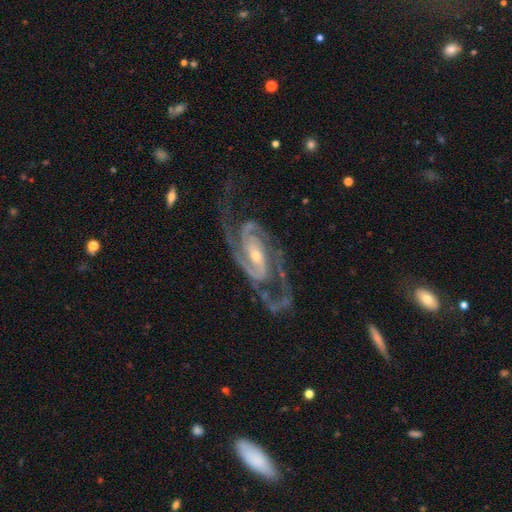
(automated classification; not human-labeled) smooth_or_featured: featured or disk (p=0.94) [alt: star or artifact p=0.04]
disk_edge_on: no (p=0.97) [alt: yes p=0.03]
bar: weak (p=0.38) [alt: no p=0.36]
has_spiral_arms: yes (p=0.99) [alt: no p=0.01]
spiral_winding: medium (p=0.52) [alt: tight p=0.36]
spiral_arm_count: 2 (p=0.83) [alt: 3 p=0.07]
bulge_size: small (p=0.54) [alt: moderate p=0.41]
merging: none (p=0.68) [alt: minor disturbance p=0.16]